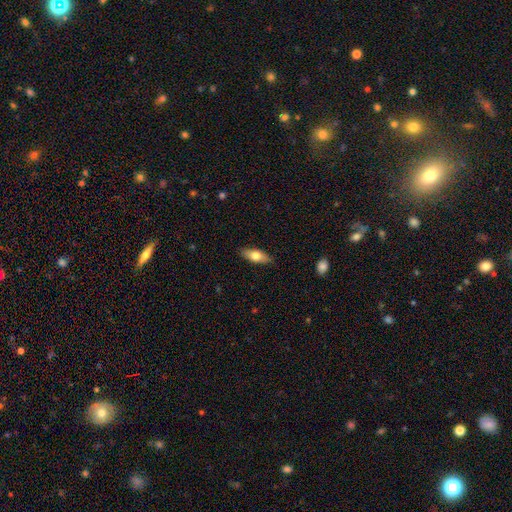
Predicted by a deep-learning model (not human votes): Smooth or featured?
  - smooth: 72% *
  - featured or disk: 22%
  - star or artifact: 6%
How rounded?
  - in between: 77% *
  - cigar-shaped: 20%
  - round: 3%
Merging?
  - none: 87% *
  - minor disturbance: 10%
  - major disturbance: 2%
  - merger: 1%